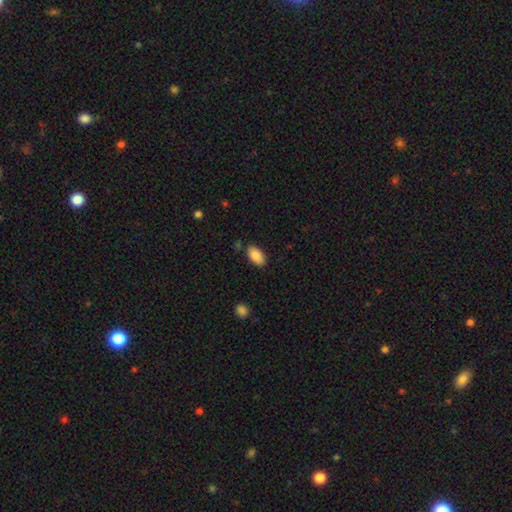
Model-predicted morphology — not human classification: Q: Smooth or featured?
A: smooth (87%); runner-up: star or artifact (7%)
Q: How rounded?
A: in between (94%); runner-up: cigar-shaped (3%)
Q: Merging?
A: none (83%); runner-up: minor disturbance (12%)